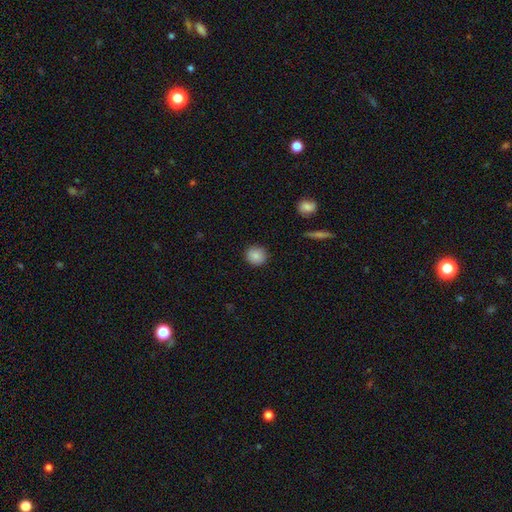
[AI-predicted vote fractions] Q: Smooth or featured?
A: smooth (86%); runner-up: star or artifact (9%)
Q: How rounded?
A: round (88%); runner-up: in between (11%)
Q: Merging?
A: none (90%); runner-up: minor disturbance (7%)